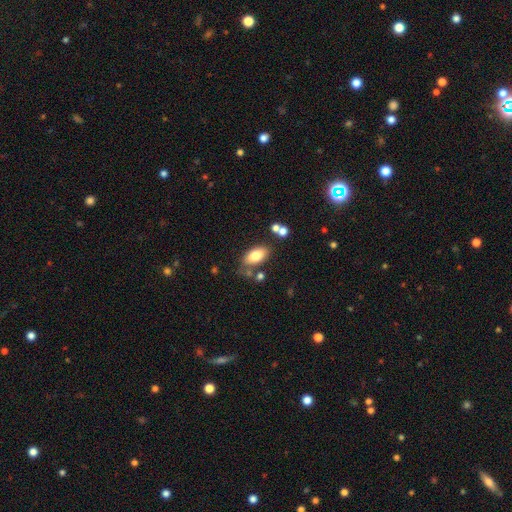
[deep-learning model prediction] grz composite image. It shows a smooth galaxy with no disk features (77%) that is in between round and cigar-shaped (91%). Merging: none (70%).